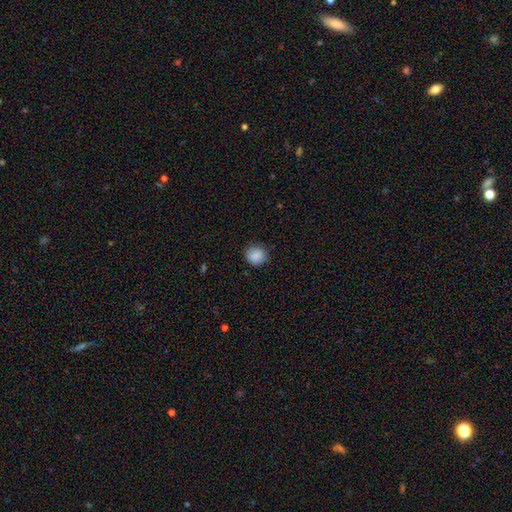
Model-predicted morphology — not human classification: This is clearly a smooth galaxy (88%). How rounded: clearly round (81%). Merging: clearly none (84%).